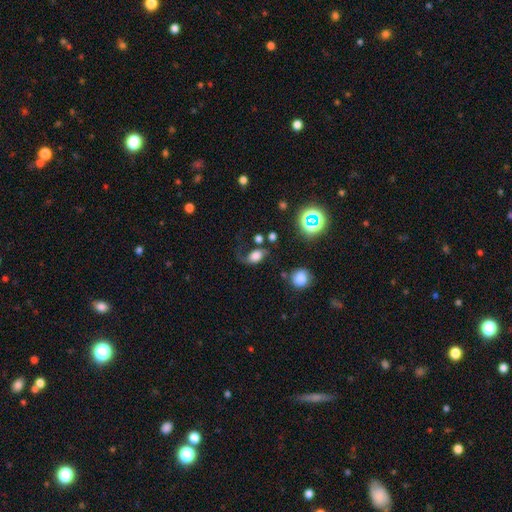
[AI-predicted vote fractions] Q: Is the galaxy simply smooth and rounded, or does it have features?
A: smooth — 47%.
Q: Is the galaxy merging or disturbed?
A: none — 38%.